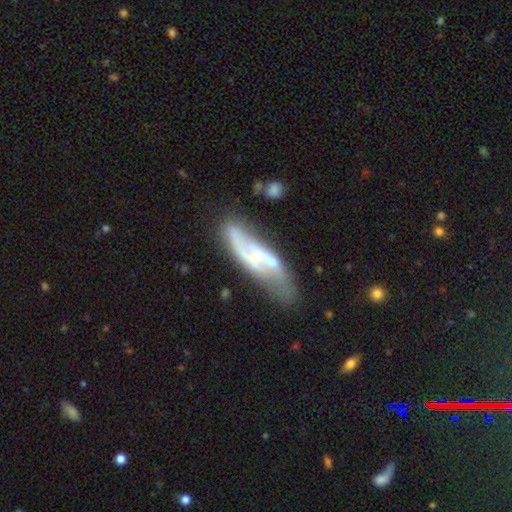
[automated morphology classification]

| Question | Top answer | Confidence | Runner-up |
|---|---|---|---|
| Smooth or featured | featured or disk | 70% | smooth (23%) |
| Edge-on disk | no | 79% | yes (21%) |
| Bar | no | 43% | weak (34%) |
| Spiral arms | yes | 72% | no (28%) |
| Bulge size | small | 44% | moderate (25%) |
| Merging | none | 44% | minor disturbance (23%) |